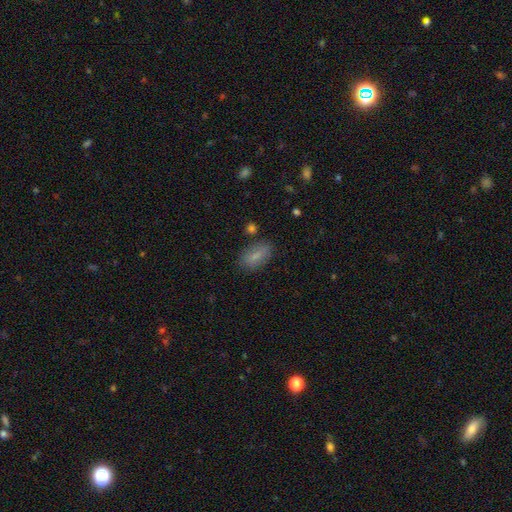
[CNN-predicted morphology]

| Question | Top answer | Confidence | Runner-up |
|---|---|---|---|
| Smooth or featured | smooth | 77% | featured or disk (14%) |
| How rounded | in between | 89% | cigar-shaped (6%) |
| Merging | none | 78% | minor disturbance (15%) |